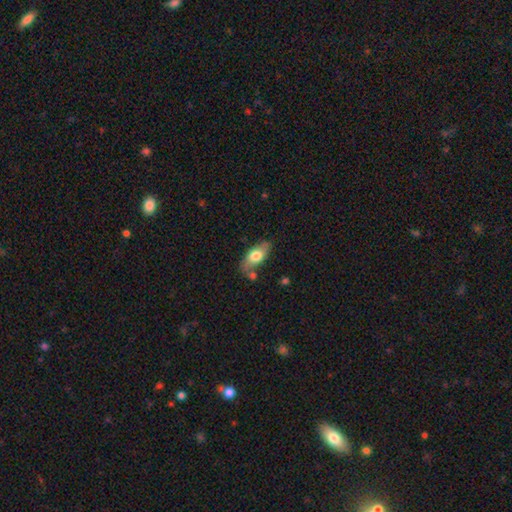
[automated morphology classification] Smooth or featured? Predicted: smooth (p=0.67). How rounded? Predicted: in between (p=0.86). Merging? Predicted: none (p=0.67).